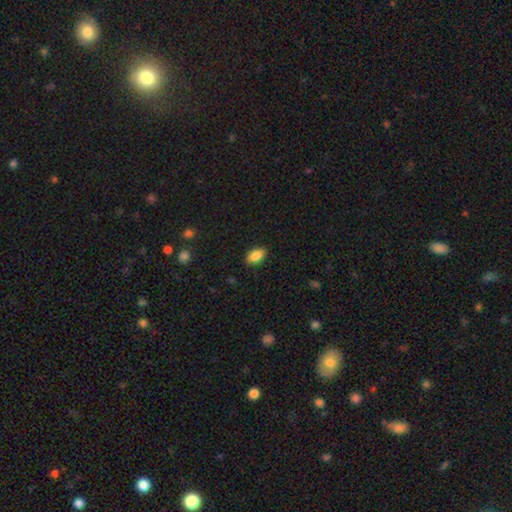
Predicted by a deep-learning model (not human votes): A smooth galaxy with no disk features (87%) that is in between round and cigar-shaped (92%). Merging: none (86%).